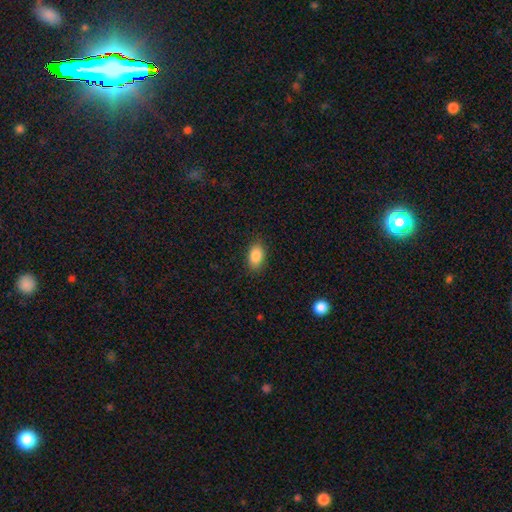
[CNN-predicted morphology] Overall: smooth (88%). How rounded: in between (90%). Merging: none (87%).